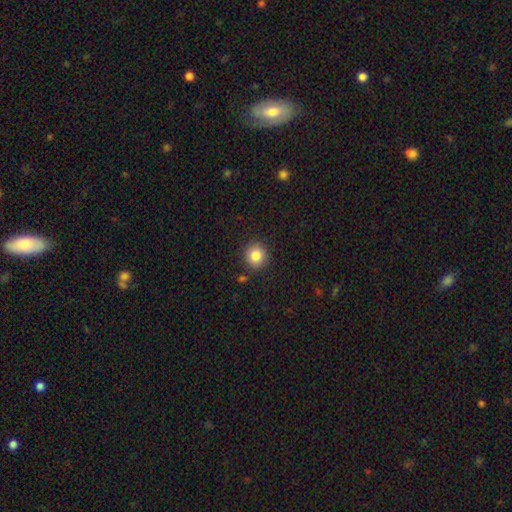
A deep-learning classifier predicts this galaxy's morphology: smooth_or_featured: smooth (p=0.84) [alt: star or artifact p=0.10]
how_rounded: round (p=0.89) [alt: in between p=0.10]
merging: none (p=0.88) [alt: minor disturbance p=0.08]